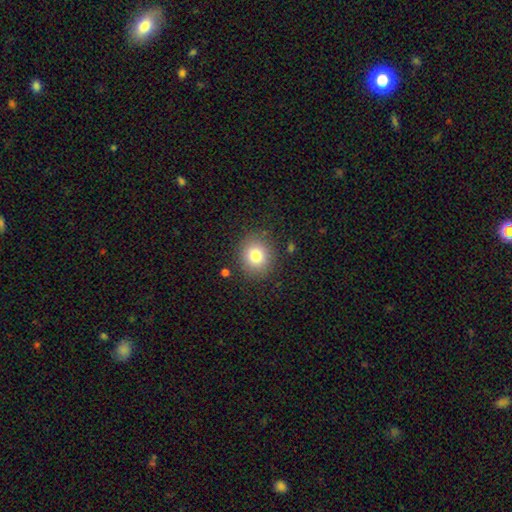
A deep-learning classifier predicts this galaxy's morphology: Q: Smooth or featured?
A: smooth (79%); runner-up: star or artifact (11%)
Q: How rounded?
A: round (82%); runner-up: in between (18%)
Q: Merging?
A: none (86%); runner-up: minor disturbance (9%)